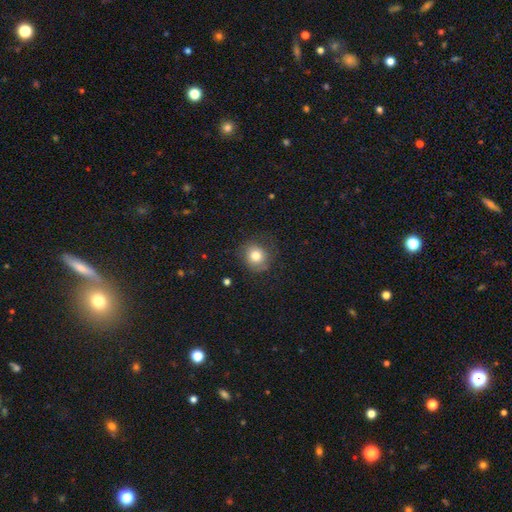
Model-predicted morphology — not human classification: A smooth galaxy with no disk features (77%) that is round (79%). Merging: none (76%).